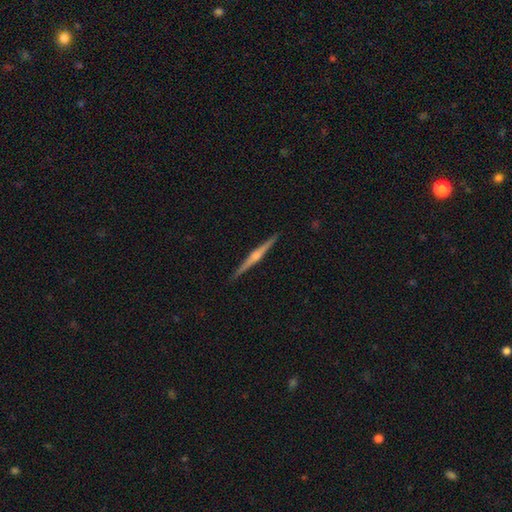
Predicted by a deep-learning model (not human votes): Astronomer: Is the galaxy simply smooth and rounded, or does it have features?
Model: featured or disk — 77%.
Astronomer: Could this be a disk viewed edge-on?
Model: yes — 99%.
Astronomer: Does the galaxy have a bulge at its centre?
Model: rounded — 80%.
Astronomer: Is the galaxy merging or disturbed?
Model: none — 92%.